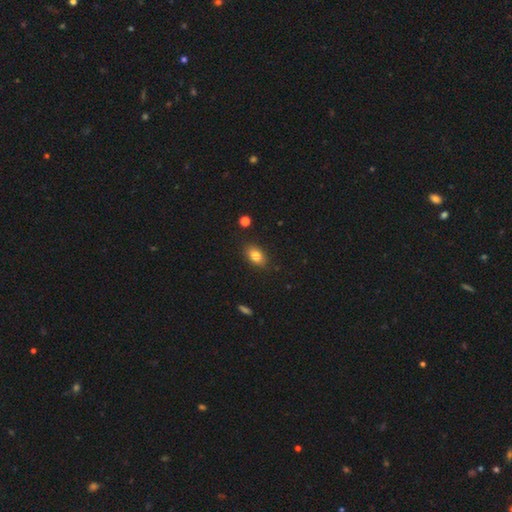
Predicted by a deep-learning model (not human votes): This is clearly a smooth galaxy (81%). How rounded: clearly in between (85%). Merging: clearly none (86%).